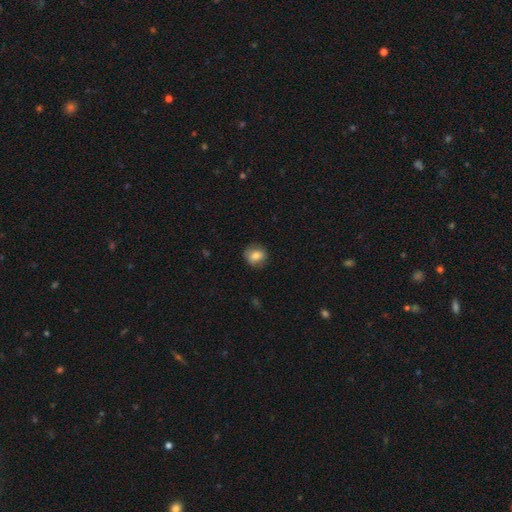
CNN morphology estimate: Smooth or featured?
  - smooth: 80% *
  - featured or disk: 11%
  - star or artifact: 9%
How rounded?
  - round: 75% *
  - in between: 24%
  - cigar-shaped: 1%
Merging?
  - none: 82% *
  - minor disturbance: 13%
  - major disturbance: 4%
  - merger: 1%